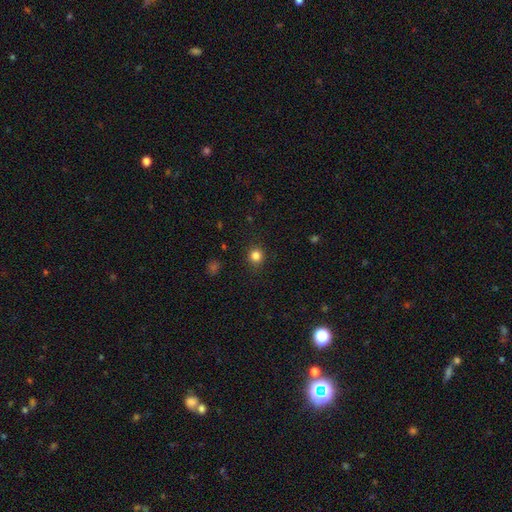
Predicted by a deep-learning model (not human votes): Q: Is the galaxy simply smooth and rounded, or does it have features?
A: smooth — 83%.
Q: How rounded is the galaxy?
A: round — 90%.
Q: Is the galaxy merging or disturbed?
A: none — 89%.